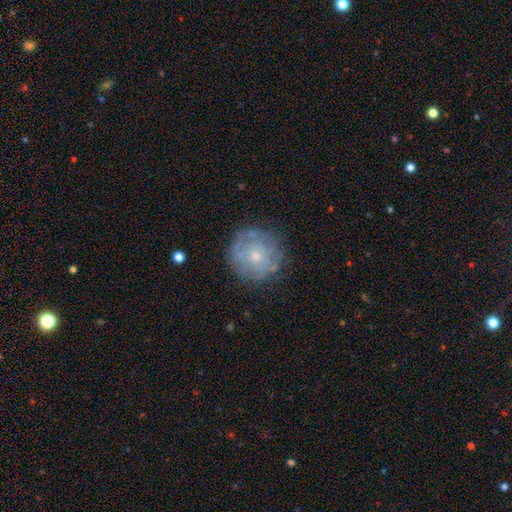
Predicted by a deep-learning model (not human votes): The model was most divided on "spiral arms": no: 52%, yes: 48%. More confident: edge-on disk — no (97%); bar — no (87%); merging — none (78%); bulge size — small (58%); smooth or featured — featured or disk (53%).